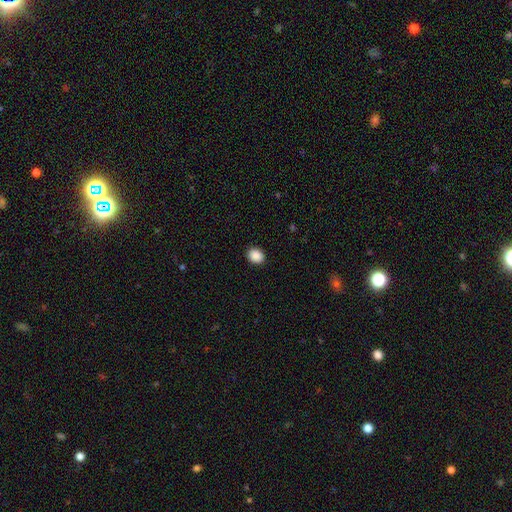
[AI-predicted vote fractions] Smooth or featured? Predicted: smooth (p=0.89). How rounded? Predicted: round (p=0.62). Merging? Predicted: none (p=0.92).